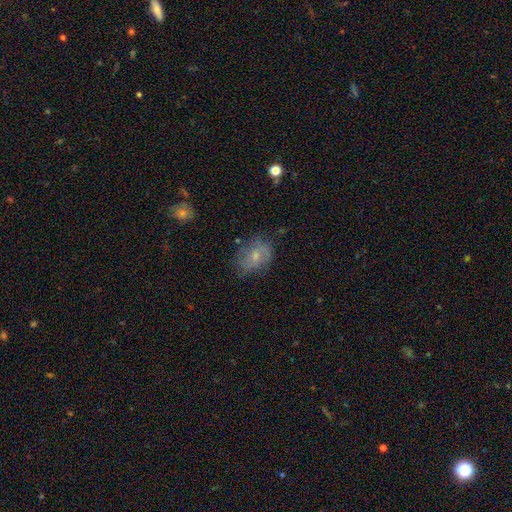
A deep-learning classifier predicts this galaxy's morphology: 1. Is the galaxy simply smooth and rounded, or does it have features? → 58% smooth, 33% featured or disk, 10% star or artifact.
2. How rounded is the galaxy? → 74% in between, 24% round, 2% cigar-shaped.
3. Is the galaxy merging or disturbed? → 63% none, 26% minor disturbance, 9% major disturbance, 2% merger.